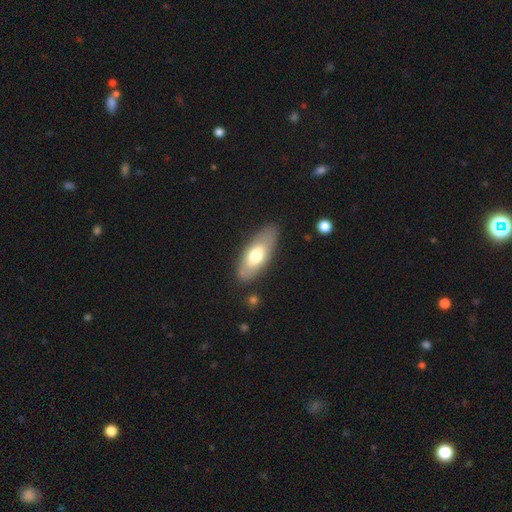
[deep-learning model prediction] A smooth galaxy with no disk features (64%) that is in between round and cigar-shaped (80%).

Vote fractions:
- Smooth or featured? smooth: 64% / featured or disk: 31% / star or artifact: 5%
- How rounded? in between: 80% / cigar-shaped: 18% / round: 2%
- Merging? none: 82% / minor disturbance: 12% / major disturbance: 3% / merger: 2%